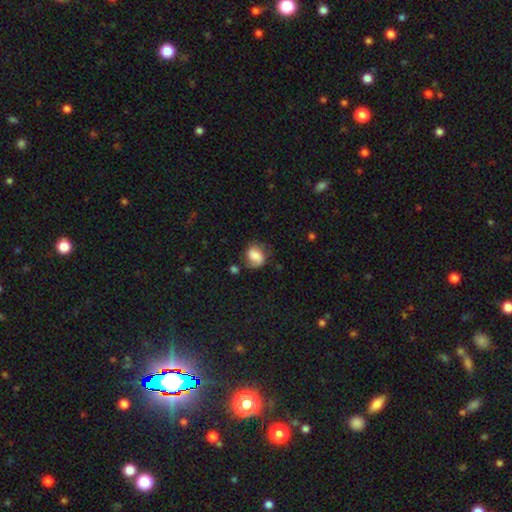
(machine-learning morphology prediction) Overall: smooth (67%). How rounded: in between (53%; round 46%). Merging: none (53%; minor disturbance 29%).